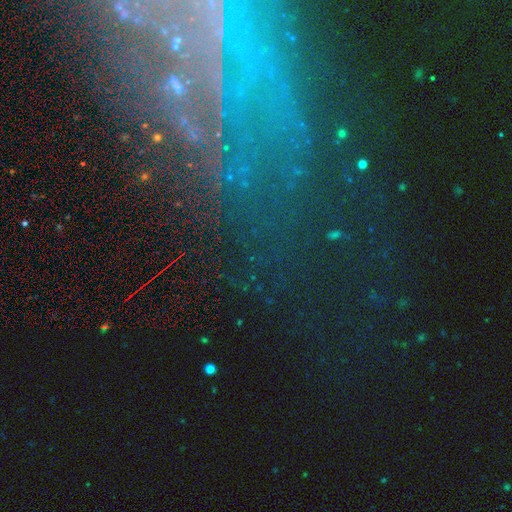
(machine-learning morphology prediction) Smooth or featured? Predicted: star or artifact (p=0.44).